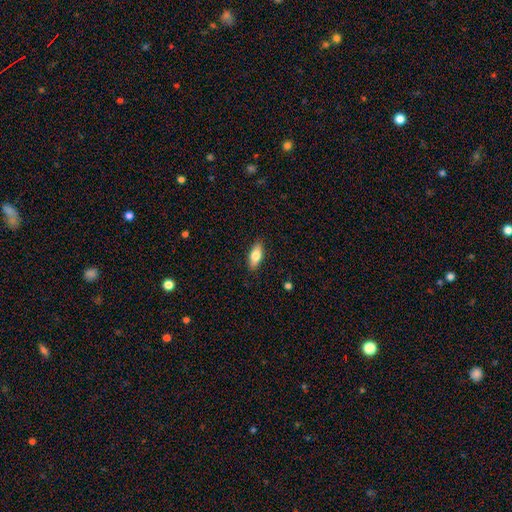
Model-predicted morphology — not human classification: type=smooth (76%); roundness=in between (79%); merging=none (88%).